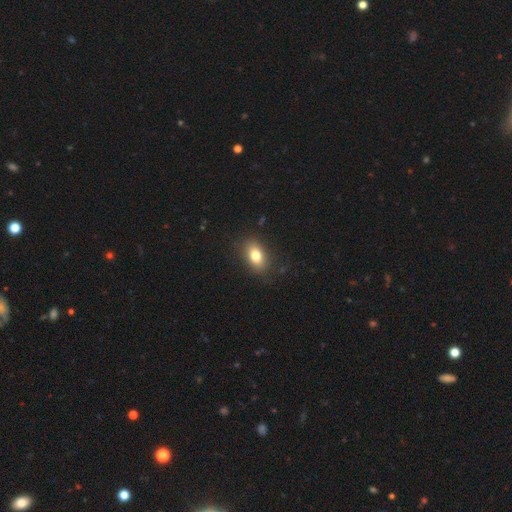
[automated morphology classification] Smooth or featured?
  - smooth: 79% *
  - featured or disk: 11%
  - star or artifact: 10%
How rounded?
  - in between: 82% *
  - round: 15%
  - cigar-shaped: 2%
Merging?
  - none: 86% *
  - minor disturbance: 10%
  - major disturbance: 3%
  - merger: 1%